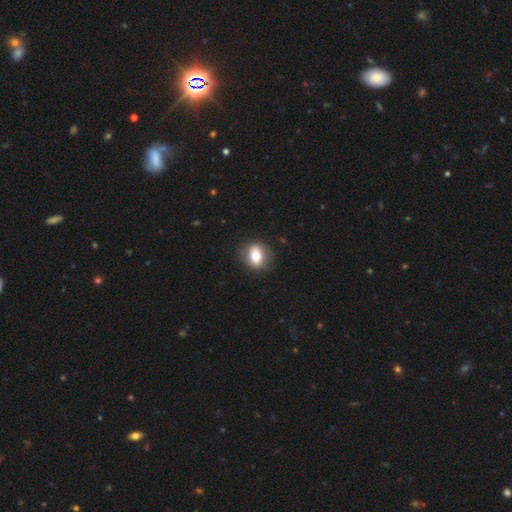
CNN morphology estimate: smooth_or_featured: smooth (p=0.70) [alt: featured or disk p=0.22]
how_rounded: round (p=0.60) [alt: in between p=0.39]
merging: none (p=0.86) [alt: minor disturbance p=0.10]